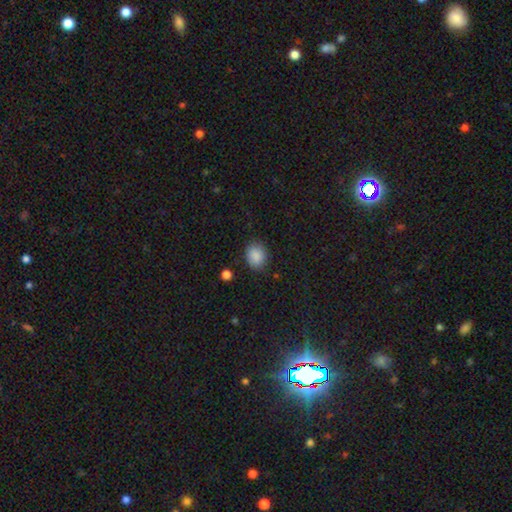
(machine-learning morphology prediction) Smooth or featured?
  - smooth: 88% *
  - star or artifact: 8%
  - featured or disk: 4%
How rounded?
  - in between: 50% *
  - round: 49%
  - cigar-shaped: 1%
Merging?
  - none: 82% *
  - minor disturbance: 13%
  - major disturbance: 3%
  - merger: 2%